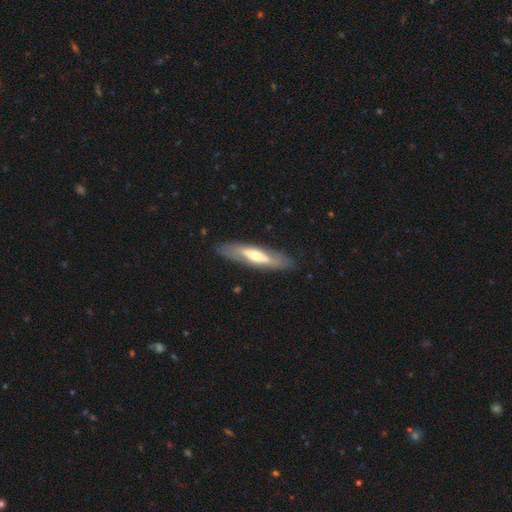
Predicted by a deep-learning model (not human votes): Smooth or featured: featured or disk — 57% (smooth — 37%)
Edge-on disk: yes — 56% (no — 44%)
Merging: none — 82% (minor disturbance — 12%)